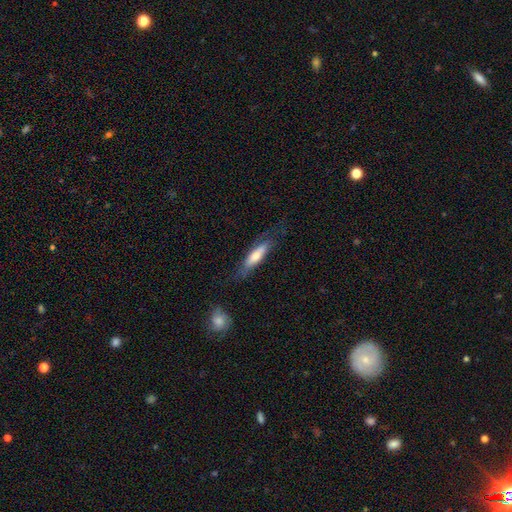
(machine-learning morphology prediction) Smooth or featured? smooth (61%)
How rounded? cigar-shaped (67%)
Merging? none (64%)